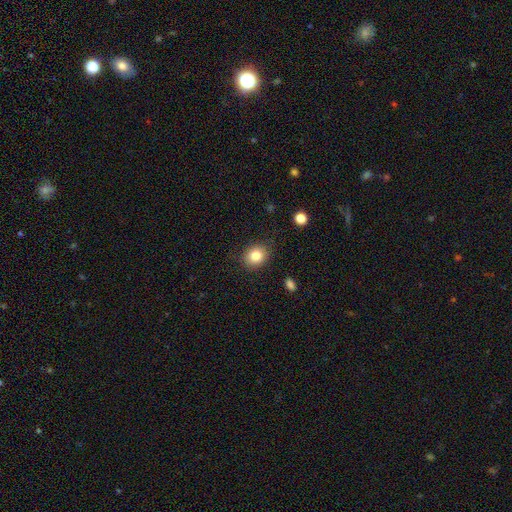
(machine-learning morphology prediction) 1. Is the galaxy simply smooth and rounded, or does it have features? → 83% smooth, 10% star or artifact, 7% featured or disk.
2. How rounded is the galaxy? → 60% round, 39% in between, 1% cigar-shaped.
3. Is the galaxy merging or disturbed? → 86% none, 10% minor disturbance, 3% major disturbance, 1% merger.